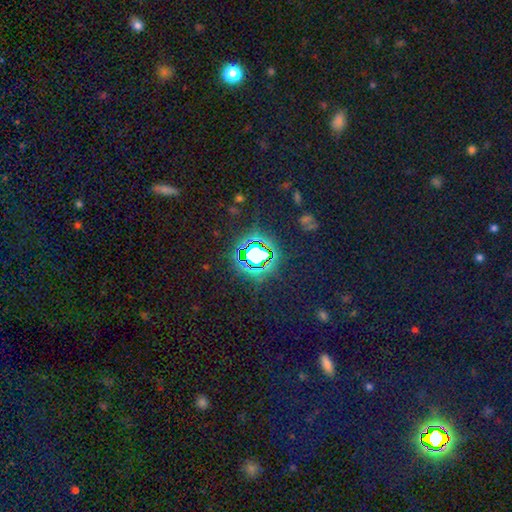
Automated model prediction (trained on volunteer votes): Smooth or featured: star or artifact — 78% (smooth — 13%)